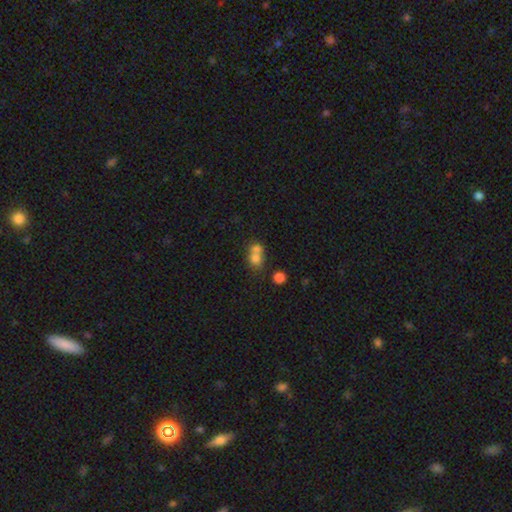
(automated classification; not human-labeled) Smooth or featured? Predicted: smooth (p=0.72). How rounded? Predicted: round (p=0.68). Merging? Predicted: merger (p=0.63).